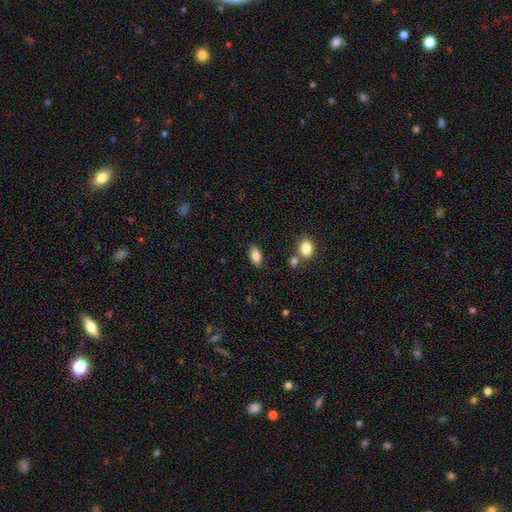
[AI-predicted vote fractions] This appears to be a smooth galaxy with no disk features (84%) that is in between round and cigar-shaped (89%). Merging: none (84%).